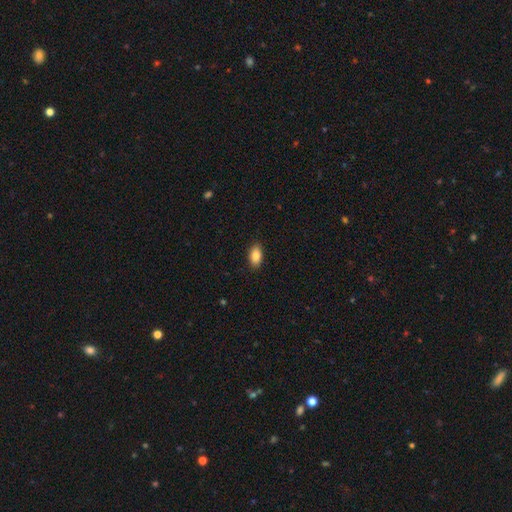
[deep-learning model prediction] The model was most divided on "smooth or featured": smooth: 87%, star or artifact: 7%, featured or disk: 6%. More confident: how rounded — in between (92%); merging — none (89%).